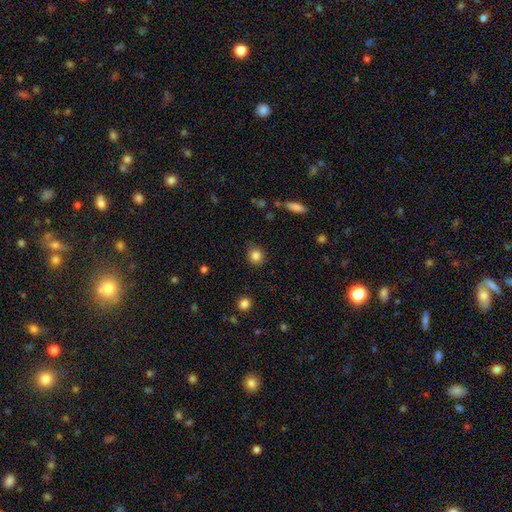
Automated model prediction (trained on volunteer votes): A smooth galaxy with no disk features (84%) that is round (85%).

Vote fractions:
- Smooth or featured? smooth: 84% / star or artifact: 11% / featured or disk: 5%
- How rounded? round: 85% / in between: 14% / cigar-shaped: 1%
- Merging? none: 86% / minor disturbance: 10% / major disturbance: 3% / merger: 1%